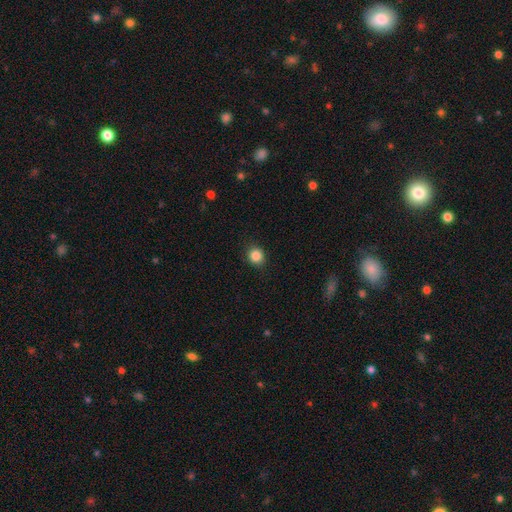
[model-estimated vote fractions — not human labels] Overall: smooth (86%). How rounded: round (85%). Merging: none (89%).